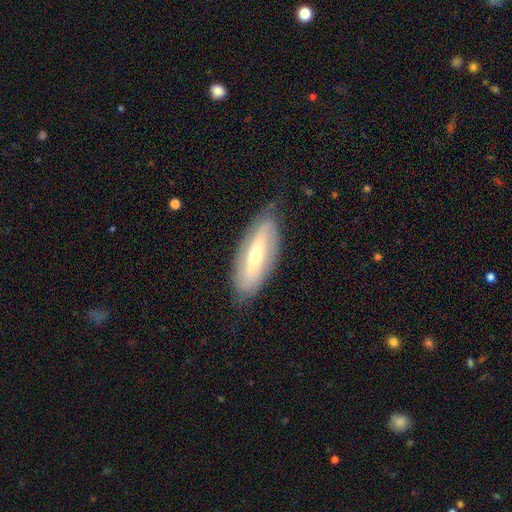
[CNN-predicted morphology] type=featured or disk (61%); edge-on=no (77%); merging=none (75%).